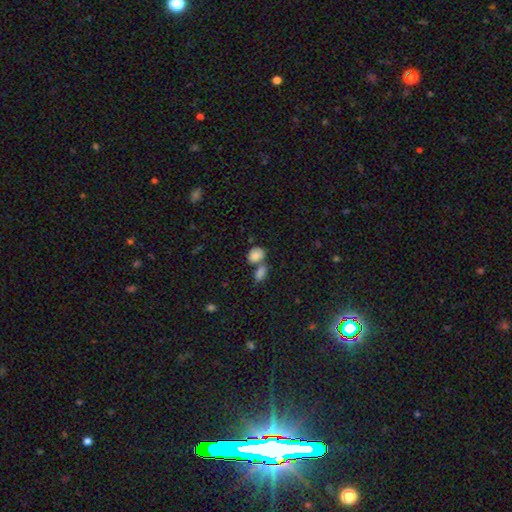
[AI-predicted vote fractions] This is clearly a smooth galaxy (84%). How rounded: likely in between (67%). Merging: possibly merger (46%).